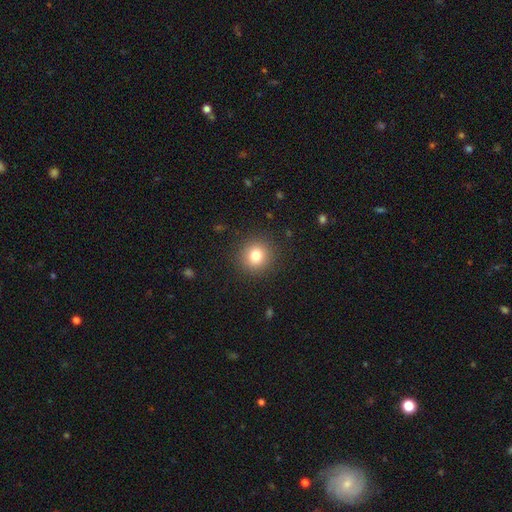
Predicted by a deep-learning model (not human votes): A smooth galaxy with no disk features (80%) that is round (92%). Merging: none (91%).